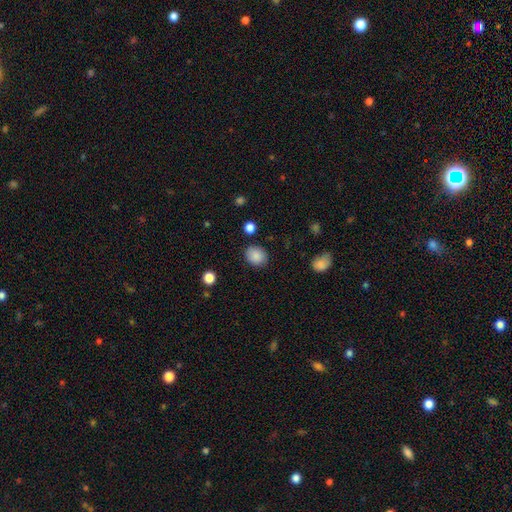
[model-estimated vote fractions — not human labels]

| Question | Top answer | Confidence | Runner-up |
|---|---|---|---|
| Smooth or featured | smooth | 88% | star or artifact (8%) |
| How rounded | round | 57% | in between (42%) |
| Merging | none | 85% | minor disturbance (10%) |